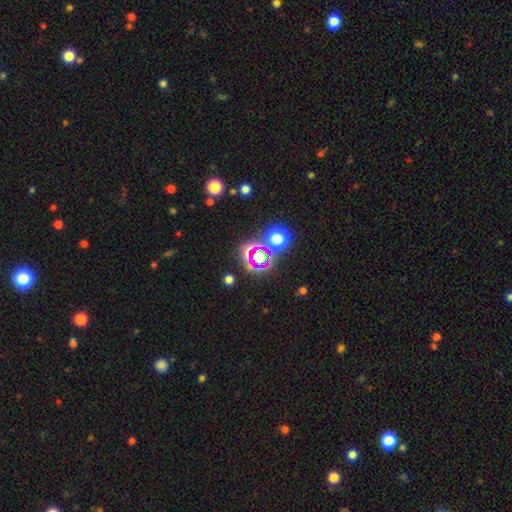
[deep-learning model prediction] Morphology: type=star or artifact (65%).